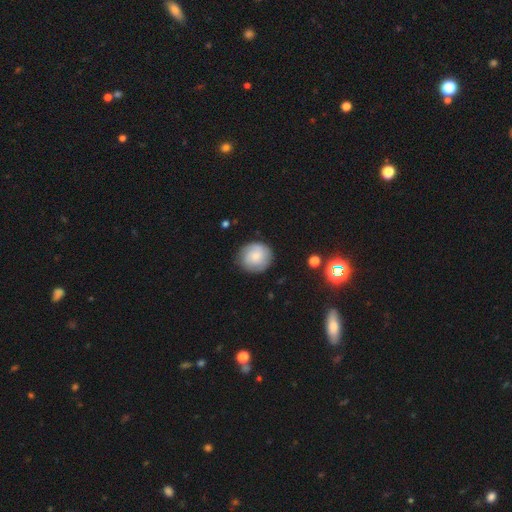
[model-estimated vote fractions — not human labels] Smooth or featured: smooth — 55% (featured or disk — 37%)
How rounded: round — 88% (in between — 11%)
Merging: none — 83% (minor disturbance — 13%)